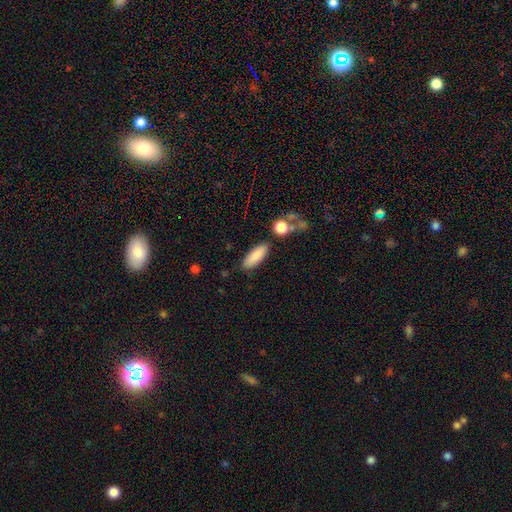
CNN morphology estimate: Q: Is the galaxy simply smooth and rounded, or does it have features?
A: smooth — 86%.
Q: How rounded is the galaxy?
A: in between — 65%.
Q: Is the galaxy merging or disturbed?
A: none — 80%.